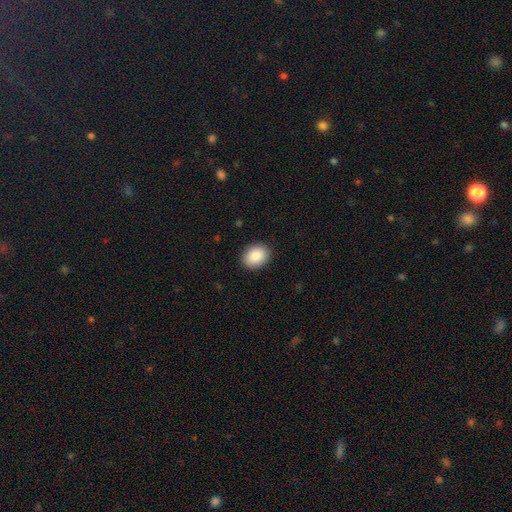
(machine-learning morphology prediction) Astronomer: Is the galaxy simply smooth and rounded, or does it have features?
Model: smooth — 89%.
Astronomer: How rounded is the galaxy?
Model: in between — 67%.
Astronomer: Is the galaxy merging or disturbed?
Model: none — 89%.